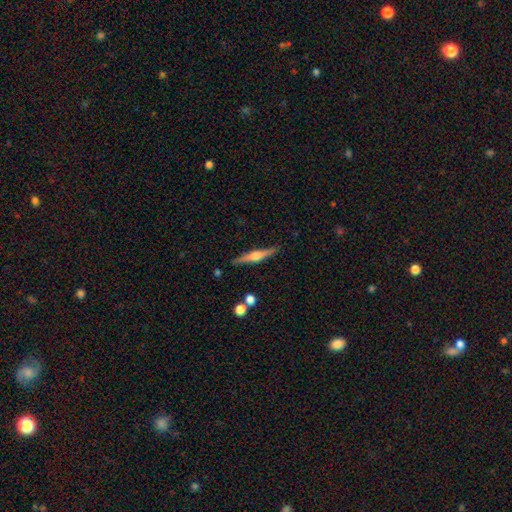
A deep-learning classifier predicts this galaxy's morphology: Smooth or featured: featured or disk — 68% (smooth — 26%)
Edge-on disk: yes — 97% (no — 3%)
Edge-on bulge: rounded — 88% (boxy — 8%)
Merging: none — 87% (minor disturbance — 9%)